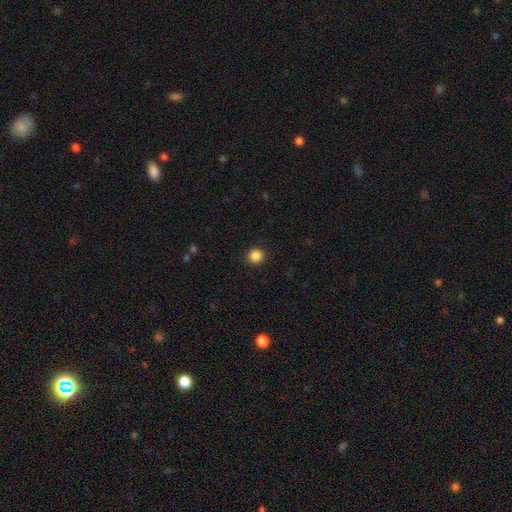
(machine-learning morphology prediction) smooth 86%, star or artifact 11%, featured or disk 3%. Down the decision tree: how rounded — round (95%); merging — none (93%).